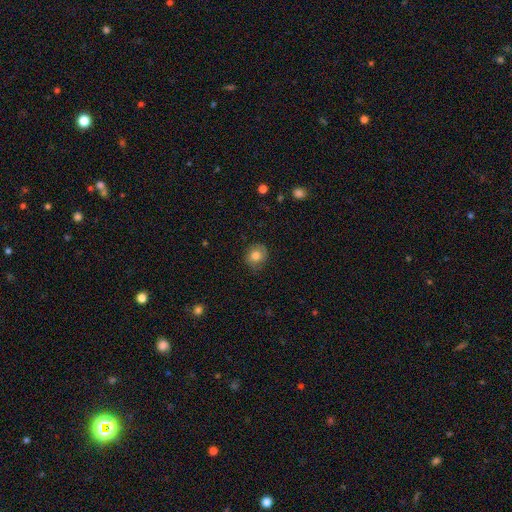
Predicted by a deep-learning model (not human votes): smooth 77%, featured or disk 14%, star or artifact 9%. Down the decision tree: how rounded — round (76%); merging — none (77%).